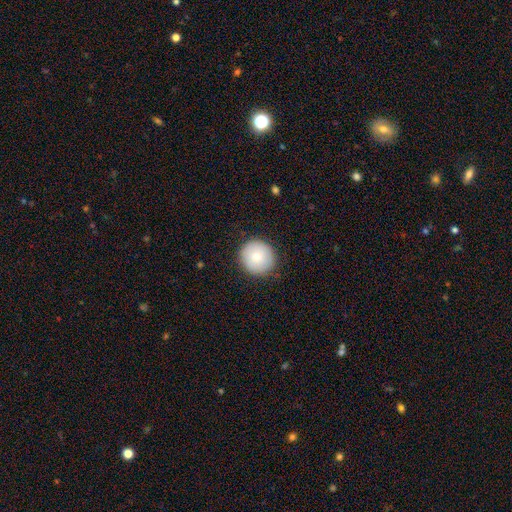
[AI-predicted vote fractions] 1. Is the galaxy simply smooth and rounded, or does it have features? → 77% smooth, 15% featured or disk, 8% star or artifact.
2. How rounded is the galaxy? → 94% round, 5% in between, 1% cigar-shaped.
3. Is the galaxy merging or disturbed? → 89% none, 8% minor disturbance, 2% major disturbance, 1% merger.